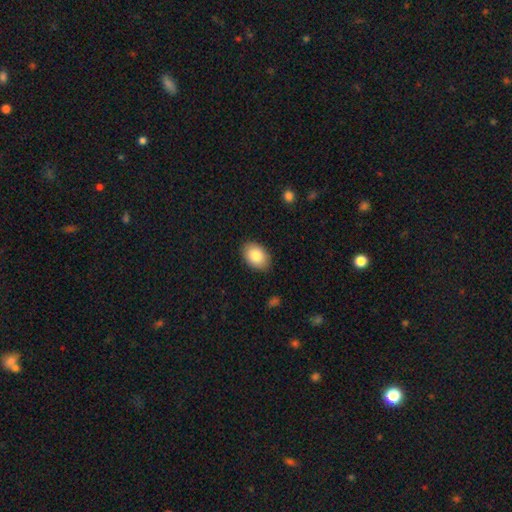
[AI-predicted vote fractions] smooth-or-featured: smooth: 84% | featured or disk: 9% | star or artifact: 7%
  how-rounded: in between: 82% | round: 17% | cigar-shaped: 1%
  merging: none: 88% | minor disturbance: 9% | major disturbance: 2% | merger: 1%